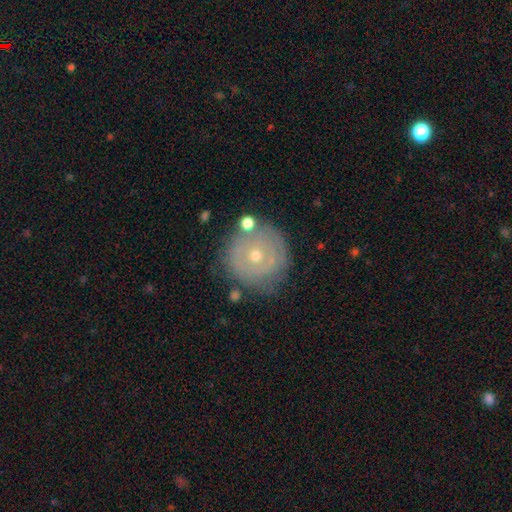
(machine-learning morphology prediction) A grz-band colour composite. It shows a featured or disk galaxy (64%) with no bar (86%), spiral arms (60%) and a small central bulge (58%). Merging: none (77%).